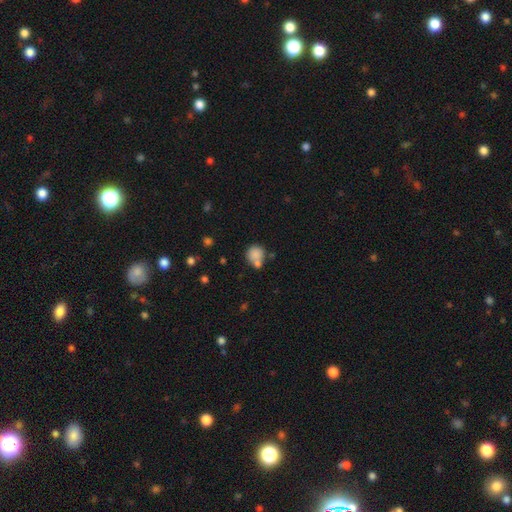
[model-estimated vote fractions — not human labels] The model was most divided on "merging": none: 50%, merger: 32%, minor disturbance: 13%, major disturbance: 5%. More confident: how rounded — round (84%); smooth or featured — smooth (82%).